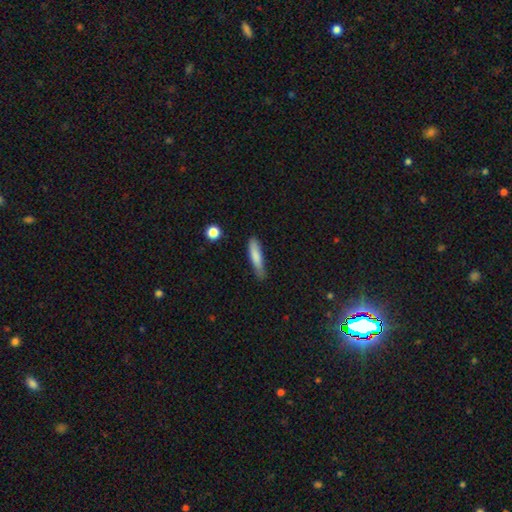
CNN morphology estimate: Q: Smooth or featured?
A: smooth (80%); runner-up: featured or disk (14%)
Q: How rounded?
A: cigar-shaped (82%); runner-up: in between (17%)
Q: Merging?
A: none (69%); runner-up: minor disturbance (25%)